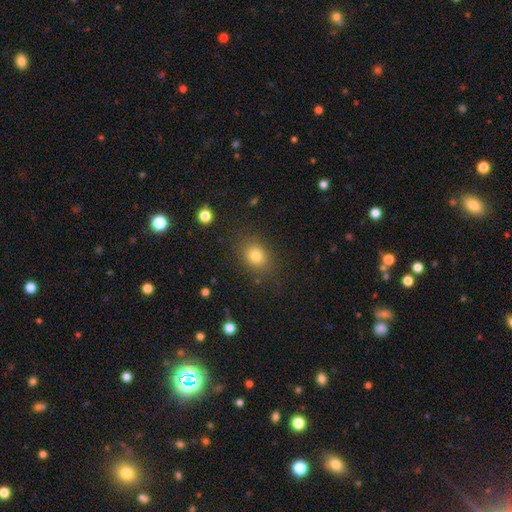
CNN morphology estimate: The model was most divided on "how rounded": round: 50%, in between: 49%, cigar-shaped: 1%. More confident: merging — none (82%); smooth or featured — smooth (80%).